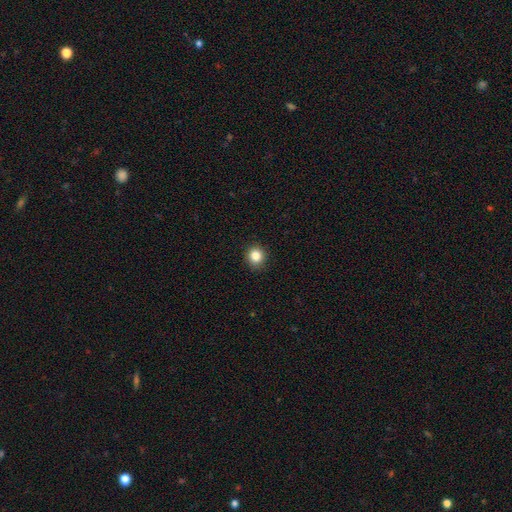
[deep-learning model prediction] Morphology: type=smooth (84%); roundness=round (90%); merging=none (91%).